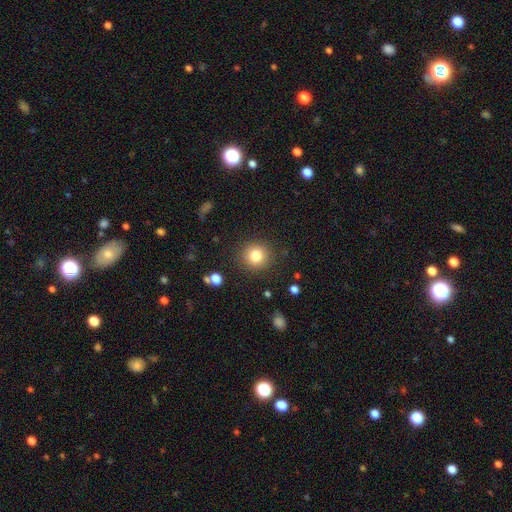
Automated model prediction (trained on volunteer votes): smooth-or-featured: smooth: 81% | star or artifact: 11% | featured or disk: 8%
  how-rounded: round: 91% | in between: 8% | cigar-shaped: 1%
  merging: none: 88% | minor disturbance: 7% | major disturbance: 3% | merger: 1%